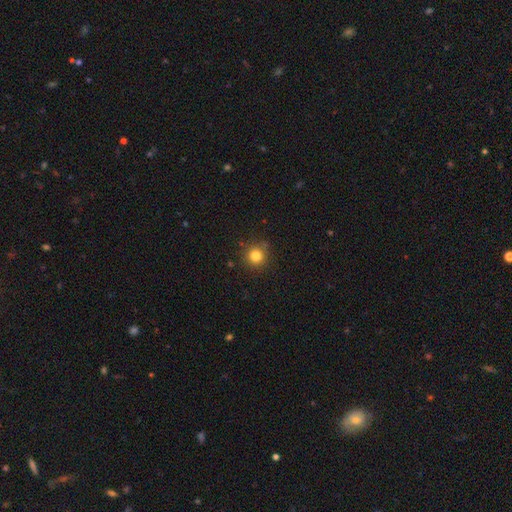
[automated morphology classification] Q: Smooth or featured?
A: smooth (82%); runner-up: star or artifact (12%)
Q: How rounded?
A: round (94%); runner-up: in between (5%)
Q: Merging?
A: none (87%); runner-up: minor disturbance (8%)